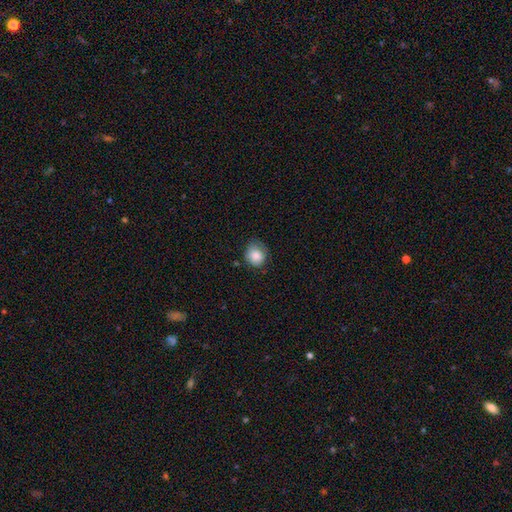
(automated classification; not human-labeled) This is clearly a smooth galaxy (83%). How rounded: likely round (73%). Merging: likely none (64%).